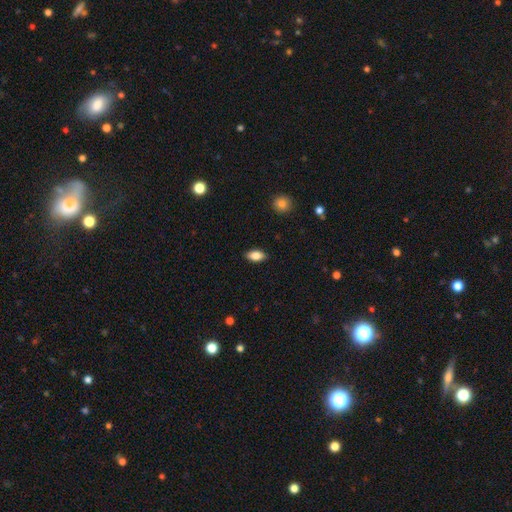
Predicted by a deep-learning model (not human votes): Morphology: type=smooth (83%); roundness=in between (90%); merging=none (88%).